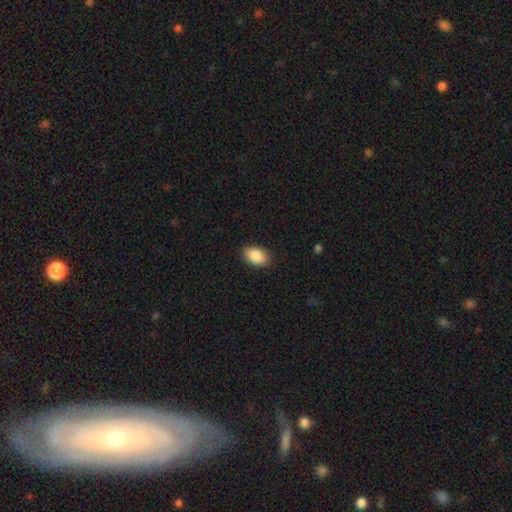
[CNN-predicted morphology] Q: Smooth or featured?
A: smooth (89%); runner-up: star or artifact (7%)
Q: How rounded?
A: in between (90%); runner-up: round (9%)
Q: Merging?
A: none (89%); runner-up: minor disturbance (8%)